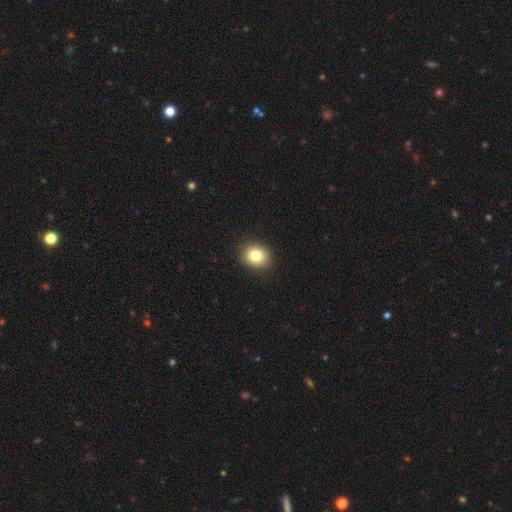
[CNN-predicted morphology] Smooth or featured? Predicted: smooth (p=0.82). How rounded? Predicted: round (p=0.64). Merging? Predicted: none (p=0.90).